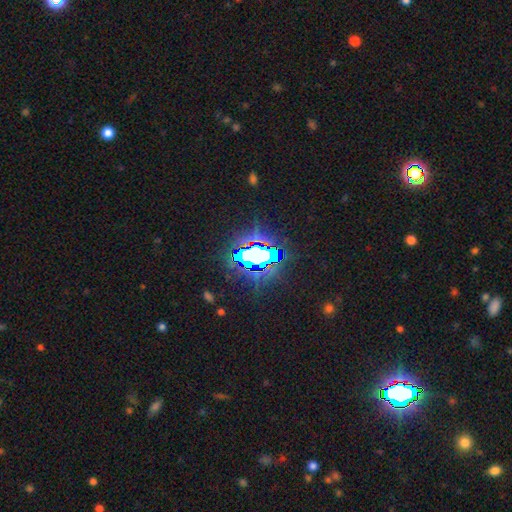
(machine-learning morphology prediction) This is likely a star or artifact rather than a galaxy (73%).